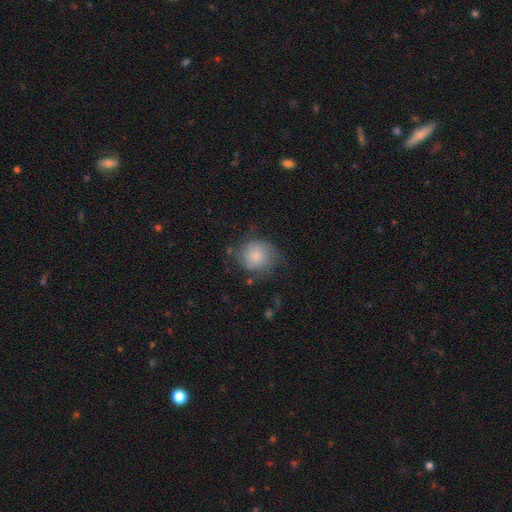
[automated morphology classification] Smooth or featured? smooth (71%)
How rounded? round (82%)
Merging? none (54%)